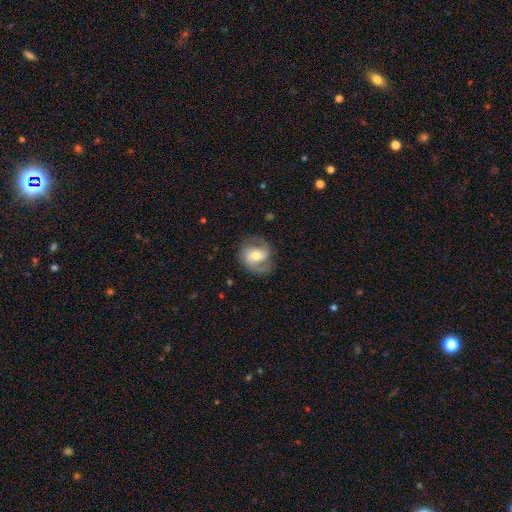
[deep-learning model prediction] featured or disk 70%, smooth 23%, star or artifact 7%. Down the decision tree: edge-on disk — no (97%); bar — weak (42%); spiral arms — yes (90%); spiral arm count — 2 (80%); spiral winding — medium (49%); bulge size — moderate (64%); merging — none (73%).